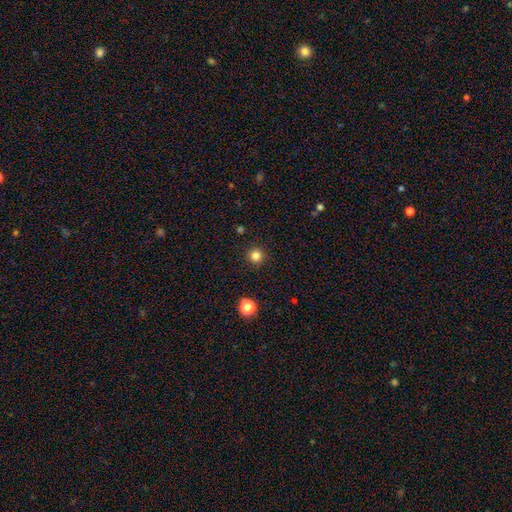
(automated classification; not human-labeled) A smooth galaxy with no disk features (82%) that is round (96%).

Vote fractions:
- Smooth or featured? smooth: 82% / star or artifact: 13% / featured or disk: 4%
- How rounded? round: 96% / in between: 3% / cigar-shaped: 1%
- Merging? none: 92% / minor disturbance: 5% / major disturbance: 2% / merger: 1%